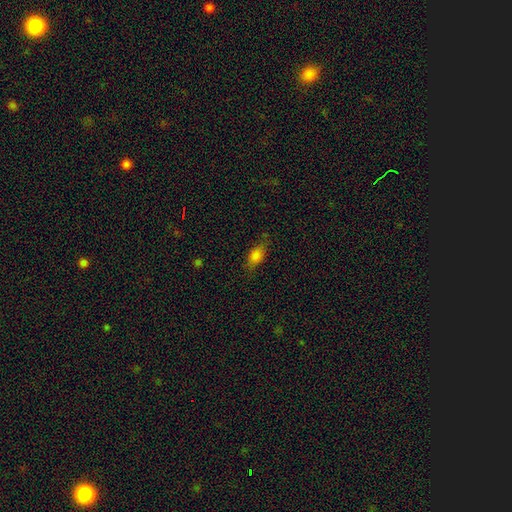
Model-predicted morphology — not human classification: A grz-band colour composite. It shows a smooth galaxy with no disk features (78%) that is in between round and cigar-shaped (83%). Merging: none (71%).